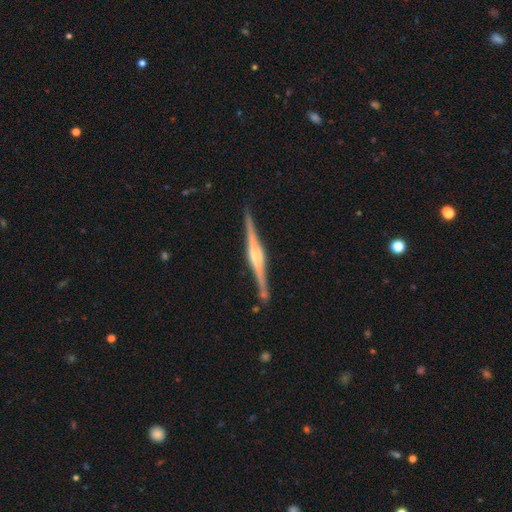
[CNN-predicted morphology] smooth-or-featured: featured or disk: 85% | smooth: 10% | star or artifact: 5%
  disk-edge-on: yes: 98% | no: 2%
    edge-on-bulge: rounded: 63% | boxy: 32% | none: 6%
  merging: none: 88% | minor disturbance: 9% | merger: 2% | major disturbance: 2%